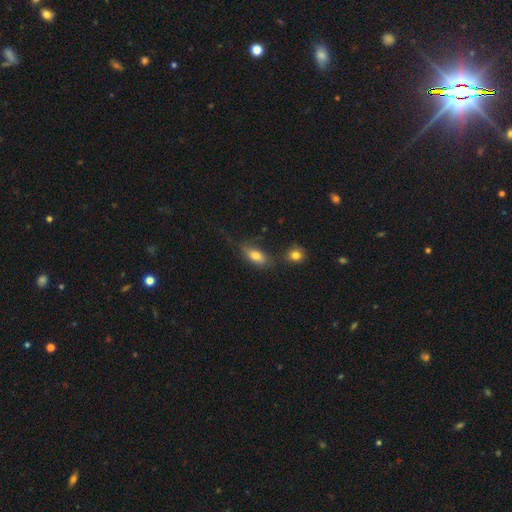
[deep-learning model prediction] smooth_or_featured: smooth (p=0.74) [alt: featured or disk p=0.17]
how_rounded: in between (p=0.81) [alt: cigar-shaped p=0.14]
merging: none (p=0.57) [alt: minor disturbance p=0.22]